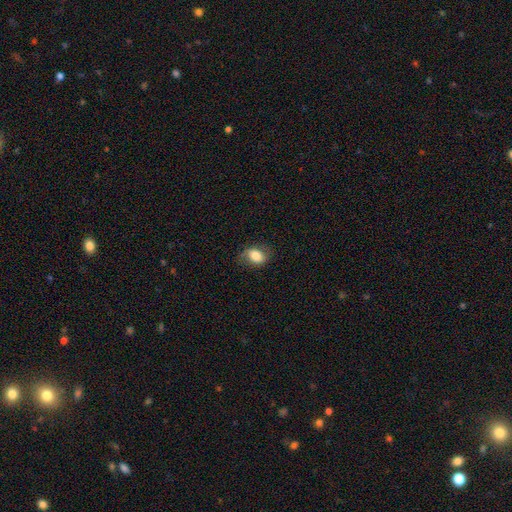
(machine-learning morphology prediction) This appears to be a smooth galaxy with no disk features (74%) that is in between round and cigar-shaped (71%). Merging: none (71%).